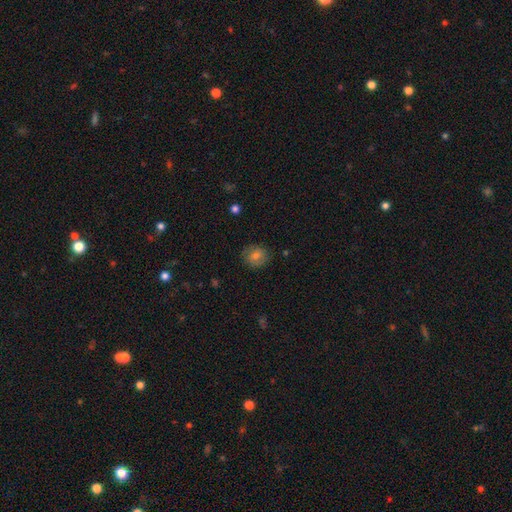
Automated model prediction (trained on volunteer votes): Q: Smooth or featured?
A: smooth (73%); runner-up: featured or disk (16%)
Q: How rounded?
A: round (77%); runner-up: in between (22%)
Q: Merging?
A: none (84%); runner-up: minor disturbance (12%)